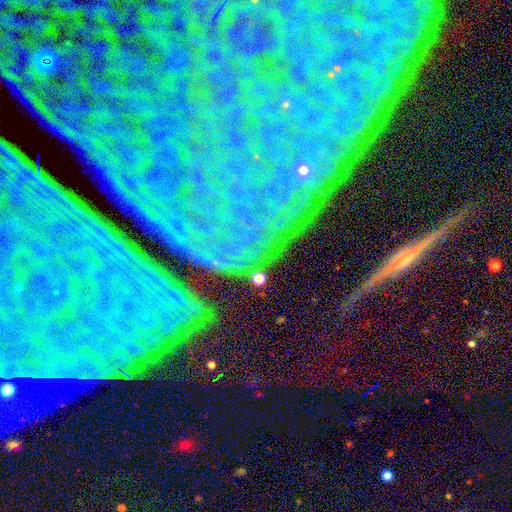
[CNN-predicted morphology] star or artifact 73%, featured or disk 18%, smooth 10%.